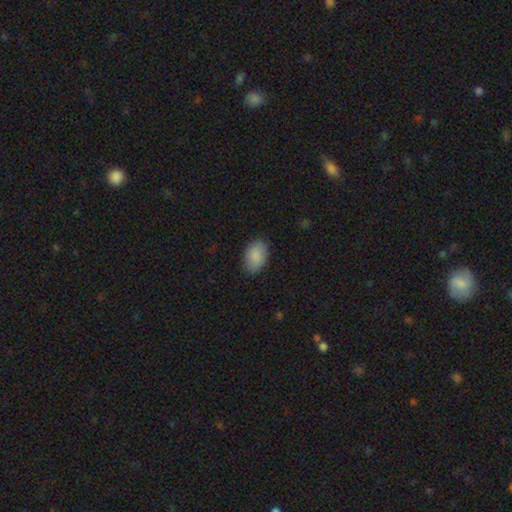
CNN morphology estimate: type=smooth (89%); roundness=in between (90%); merging=none (83%).